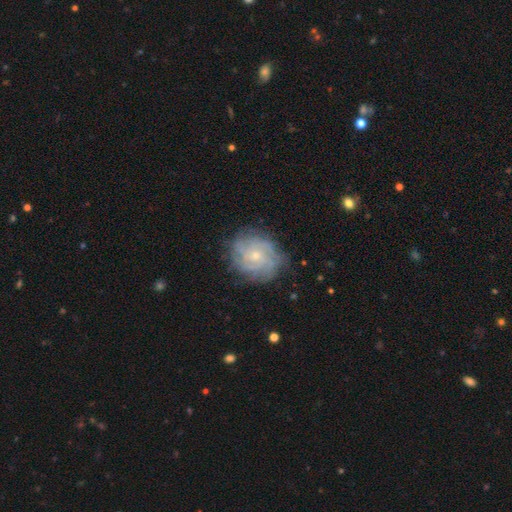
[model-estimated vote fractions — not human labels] This is likely a featured or disk galaxy (74%). It is clearly not viewed edge-on (97%). Bar: likely no (78%). Spiral arm pattern: clearly yes (91%). Spiral arm count: marginally can't tell (42%). Spiral winding: likely tight (67%). Central bulge: likely small (70%). Merging: likely none (78%).